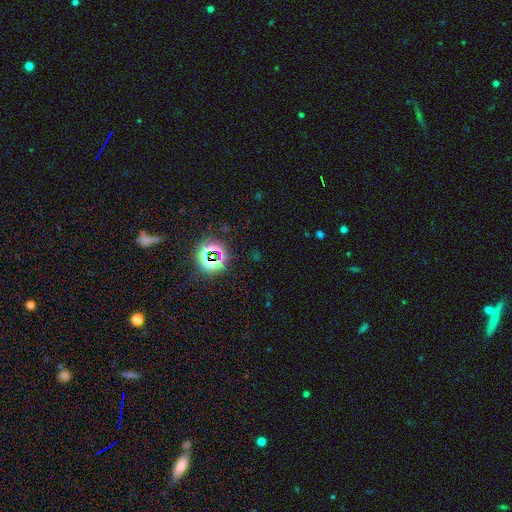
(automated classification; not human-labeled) Smooth or featured: star or artifact — 75% (smooth — 18%)